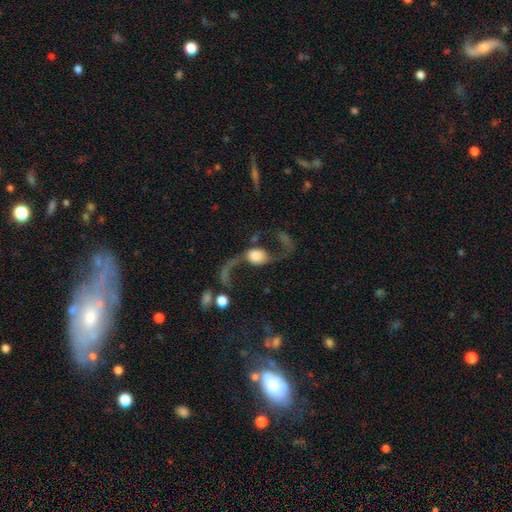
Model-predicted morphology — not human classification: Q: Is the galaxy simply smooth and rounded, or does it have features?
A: featured or disk — 77%.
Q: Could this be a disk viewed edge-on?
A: no — 95%.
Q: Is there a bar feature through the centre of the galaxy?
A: no — 65%.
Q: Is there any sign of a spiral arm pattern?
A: yes — 92%.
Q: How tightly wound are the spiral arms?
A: loose — 92%.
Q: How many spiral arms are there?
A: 2 — 92%.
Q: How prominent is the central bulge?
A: large — 39%.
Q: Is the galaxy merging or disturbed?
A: none — 49%.